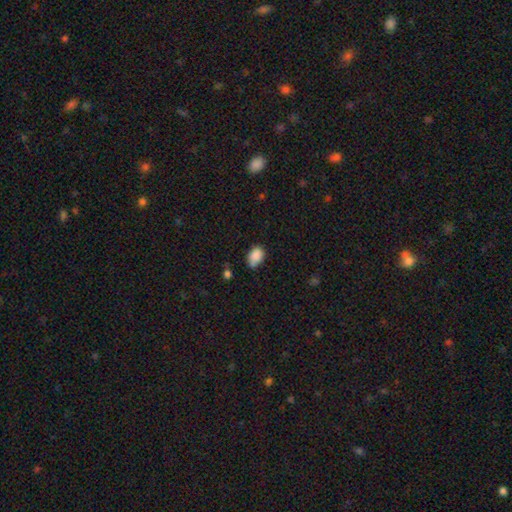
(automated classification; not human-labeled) Morphology: type=smooth (87%); roundness=in between (82%); merging=none (54%).